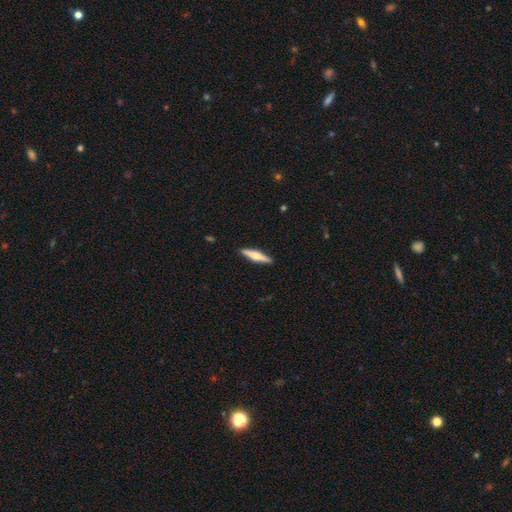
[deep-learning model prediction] Smooth or featured? Predicted: featured or disk (p=0.55). Edge-on disk? Predicted: yes (p=0.96). Edge-on bulge? Predicted: rounded (p=0.87). Merging? Predicted: none (p=0.91).